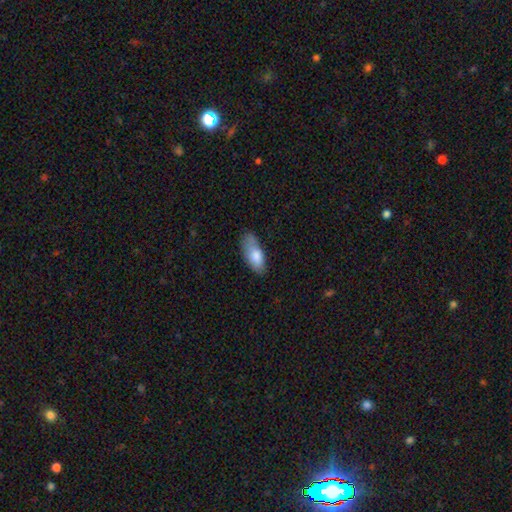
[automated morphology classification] Smooth or featured? smooth (78%)
How rounded? in between (81%)
Merging? none (62%)